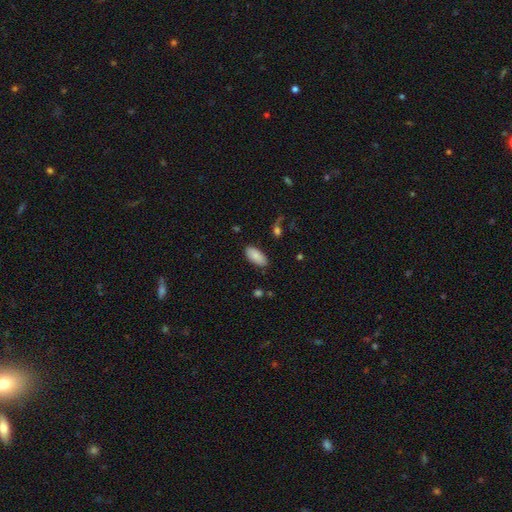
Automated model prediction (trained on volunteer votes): The model was most divided on "merging": none: 85%, minor disturbance: 11%, major disturbance: 2%, merger: 2%. More confident: how rounded — in between (92%); smooth or featured — smooth (85%).